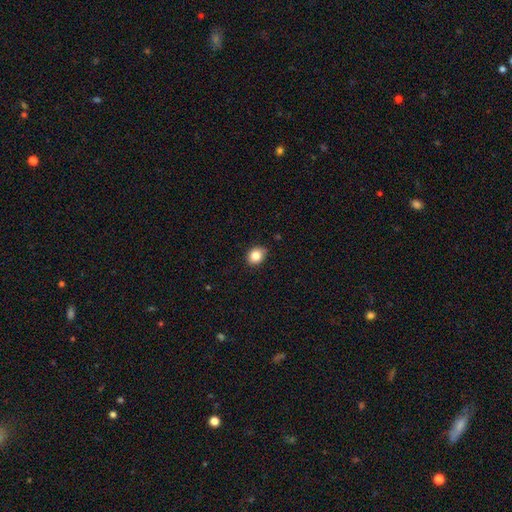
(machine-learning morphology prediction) smooth-or-featured: smooth: 84% | star or artifact: 10% | featured or disk: 6%
  how-rounded: round: 52% | in between: 47% | cigar-shaped: 1%
  merging: none: 81% | minor disturbance: 16% | major disturbance: 2% | merger: 1%